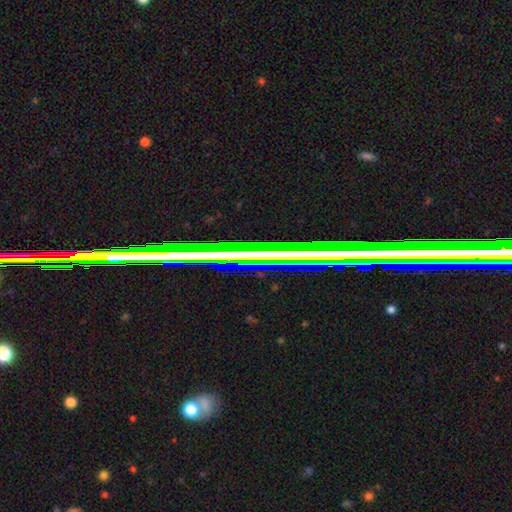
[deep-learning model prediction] Smooth or featured? star or artifact (47%)